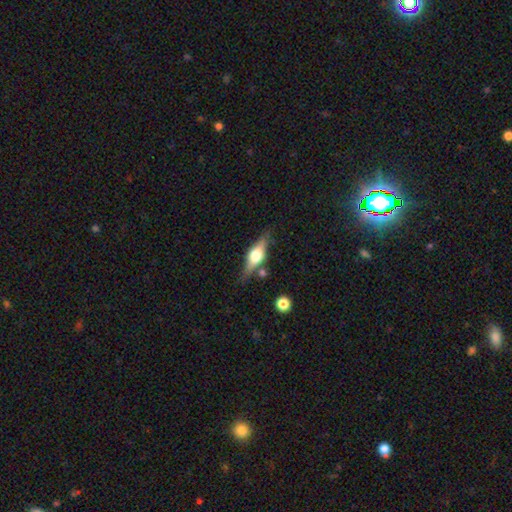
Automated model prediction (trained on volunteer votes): This appears to be a featured or disk galaxy (66%) viewed edge-on (95%) with a rounded central bulge (92%). Merging: none (77%).